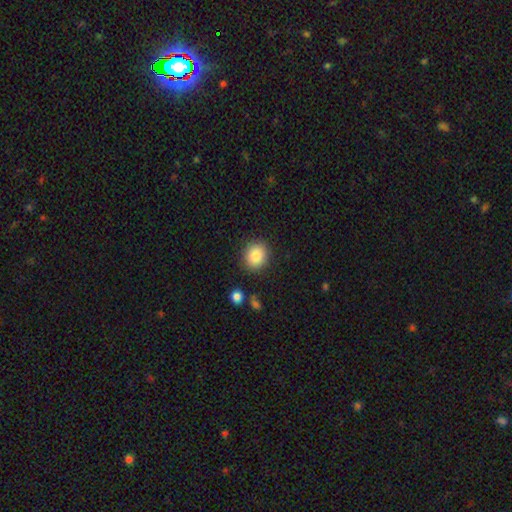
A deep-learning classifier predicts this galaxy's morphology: smooth-or-featured: smooth: 86% | star or artifact: 9% | featured or disk: 6%
  how-rounded: round: 75% | in between: 24% | cigar-shaped: 1%
  merging: none: 88% | minor disturbance: 8% | major disturbance: 3% | merger: 2%